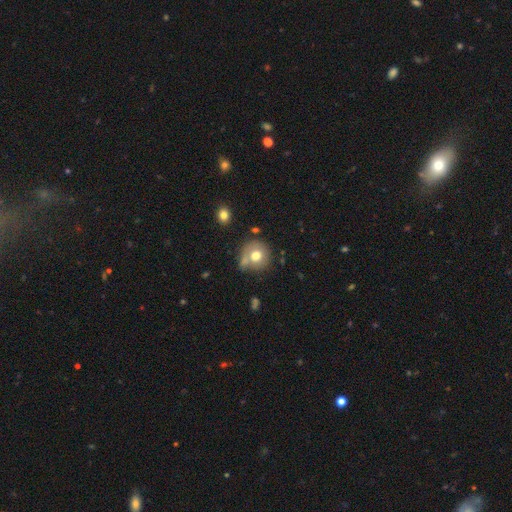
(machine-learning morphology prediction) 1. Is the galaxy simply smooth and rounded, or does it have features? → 71% smooth, 19% featured or disk, 10% star or artifact.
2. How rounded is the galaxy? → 89% round, 10% in between, 1% cigar-shaped.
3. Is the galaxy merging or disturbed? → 59% none, 18% minor disturbance, 16% merger, 7% major disturbance.